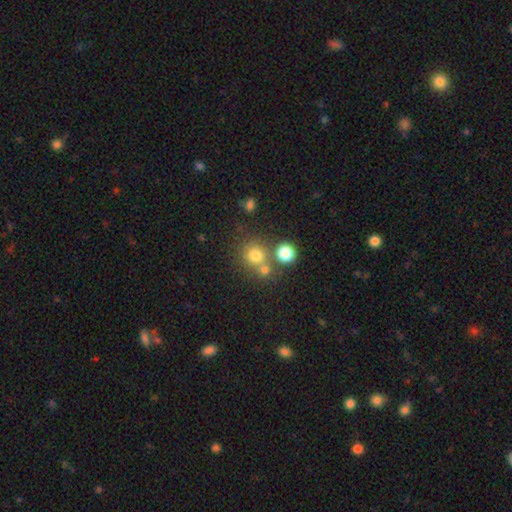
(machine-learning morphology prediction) smooth 74%, star or artifact 16%, featured or disk 10%. Down the decision tree: how rounded — round (87%); merging — none (62%).